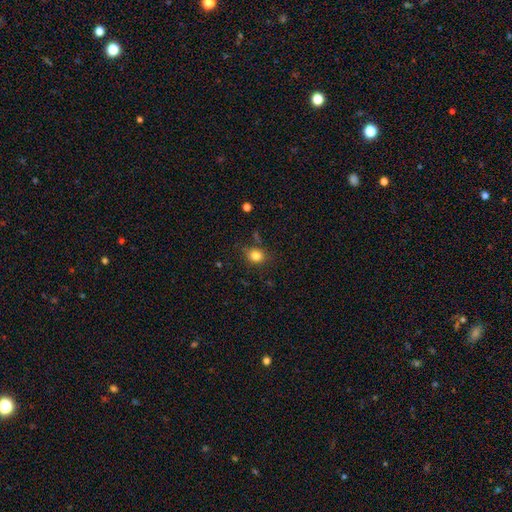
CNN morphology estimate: The model was most divided on "how rounded": round: 66%, in between: 33%, cigar-shaped: 1%. More confident: smooth or featured — smooth (82%); merging — none (80%).